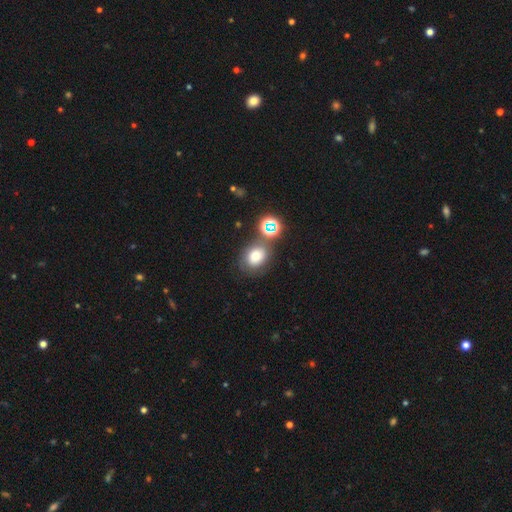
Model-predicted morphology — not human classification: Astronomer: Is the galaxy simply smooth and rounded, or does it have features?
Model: smooth — 67%.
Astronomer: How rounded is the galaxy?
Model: round — 50% (runner-up: in between, 49%).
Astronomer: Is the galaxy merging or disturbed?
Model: none — 63%.